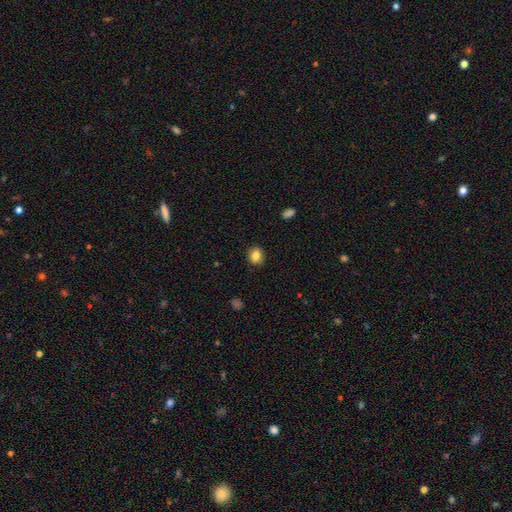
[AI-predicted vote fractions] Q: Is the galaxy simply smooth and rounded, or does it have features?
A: smooth — 84%.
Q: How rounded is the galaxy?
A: round — 66%.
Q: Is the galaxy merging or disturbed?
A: none — 88%.